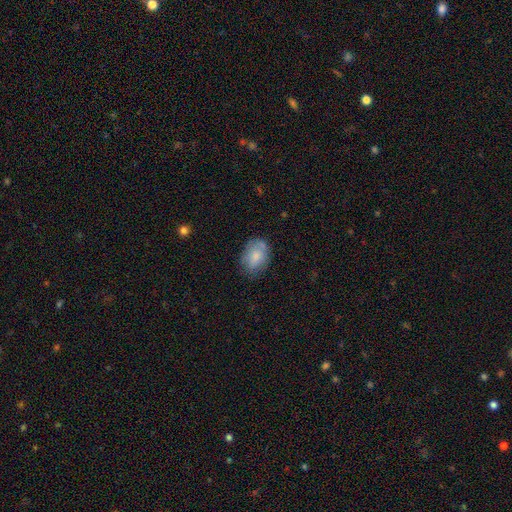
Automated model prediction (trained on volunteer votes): This is likely a smooth galaxy (76%). How rounded: likely in between (72%). Merging: likely none (65%).